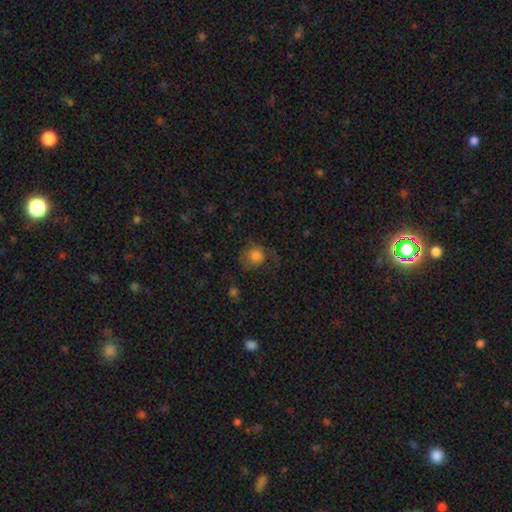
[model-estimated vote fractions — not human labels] Smooth or featured? Predicted: smooth (p=0.77). How rounded? Predicted: round (p=0.79). Merging? Predicted: none (p=0.48).